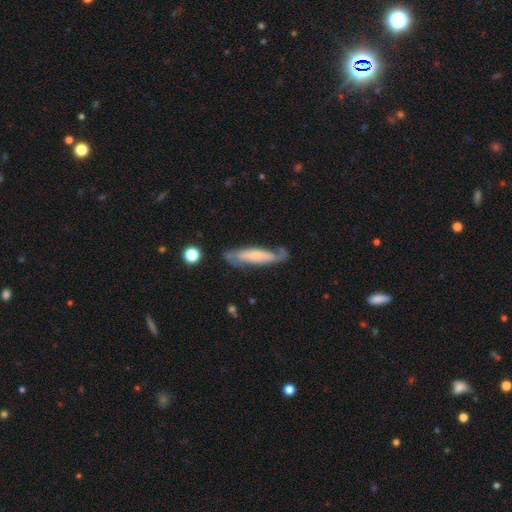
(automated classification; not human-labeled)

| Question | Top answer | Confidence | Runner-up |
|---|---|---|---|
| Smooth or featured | featured or disk | 57% | smooth (37%) |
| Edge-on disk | no | 61% | yes (39%) |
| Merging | none | 67% | minor disturbance (22%) |